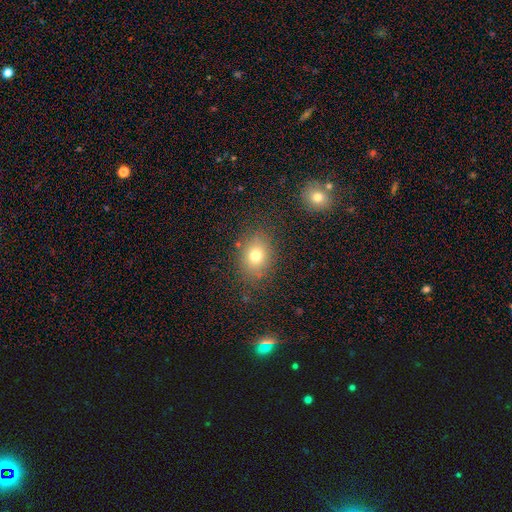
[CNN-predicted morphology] Smooth or featured: smooth — 74% (star or artifact — 14%)
How rounded: in between — 54% (round — 44%)
Merging: none — 82% (minor disturbance — 11%)